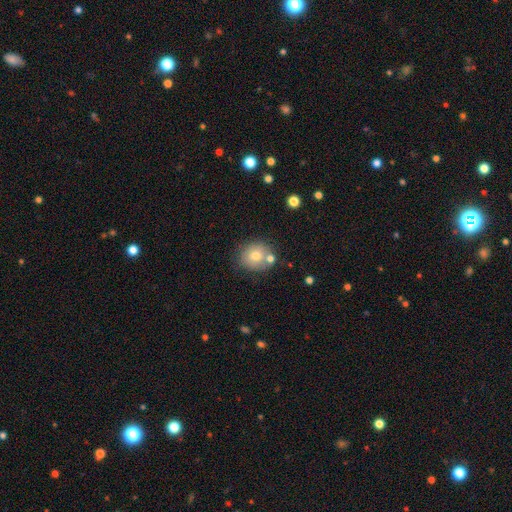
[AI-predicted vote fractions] A smooth galaxy with no disk features (72%) that is round (80%).

Vote fractions:
- Smooth or featured? smooth: 72% / featured or disk: 17% / star or artifact: 10%
- How rounded? round: 80% / in between: 19% / cigar-shaped: 1%
- Merging? none: 66% / merger: 16% / minor disturbance: 14% / major disturbance: 4%